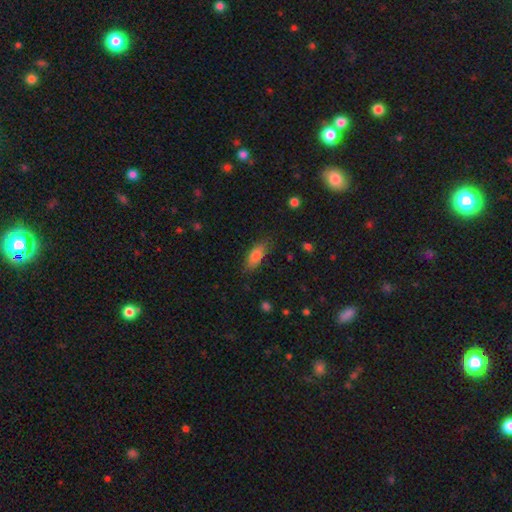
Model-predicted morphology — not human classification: Smooth or featured: smooth — 81% (featured or disk — 12%)
How rounded: in between — 81% (cigar-shaped — 16%)
Merging: none — 75% (minor disturbance — 19%)